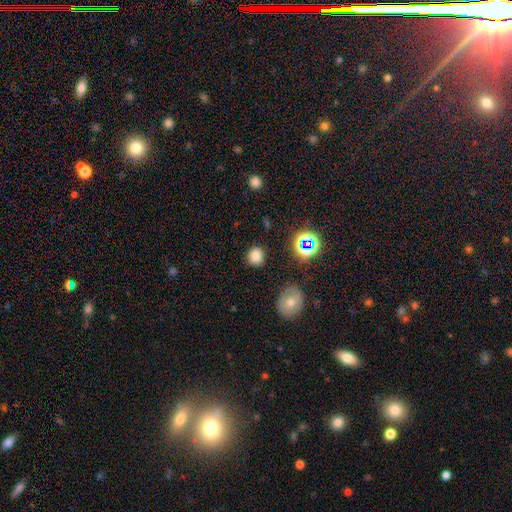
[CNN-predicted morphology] smooth 77%, star or artifact 17%, featured or disk 6%. Down the decision tree: how rounded — round (84%); merging — none (86%).